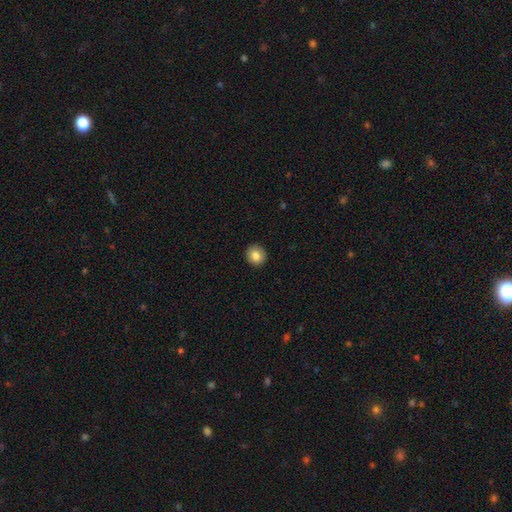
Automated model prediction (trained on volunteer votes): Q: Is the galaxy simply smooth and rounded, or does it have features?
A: smooth — 84%.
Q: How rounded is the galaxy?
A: round — 89%.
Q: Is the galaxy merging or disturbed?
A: none — 92%.